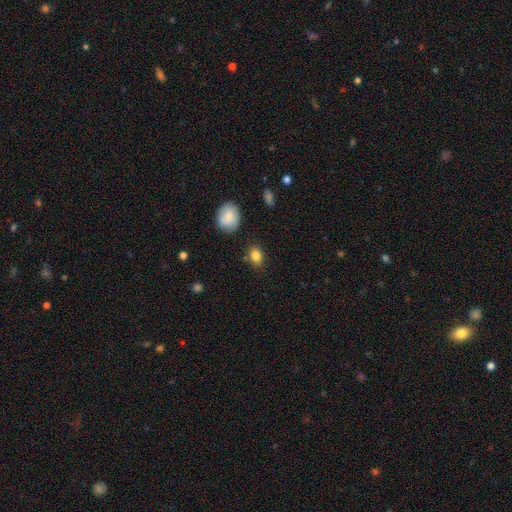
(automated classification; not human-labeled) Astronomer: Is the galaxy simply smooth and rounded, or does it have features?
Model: smooth — 85%.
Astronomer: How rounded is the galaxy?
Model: in between — 66%.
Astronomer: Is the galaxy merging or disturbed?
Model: none — 81%.